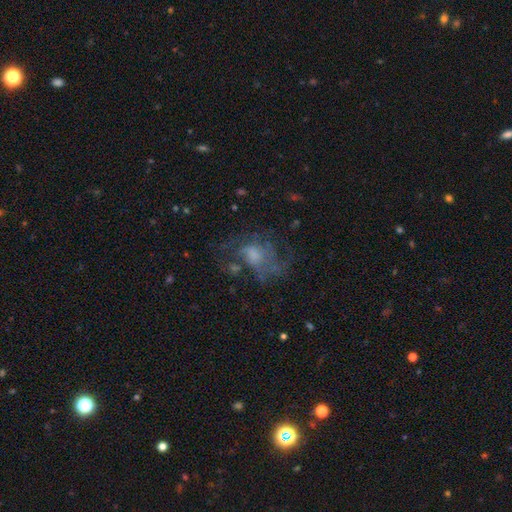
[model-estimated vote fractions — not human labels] This is possibly a featured or disk galaxy (59%). It is clearly not viewed edge-on (97%). Bar: likely no (75%). Spiral arm pattern: likely yes (66%). Central bulge: marginally moderate (42%). Merging: possibly none (49%).